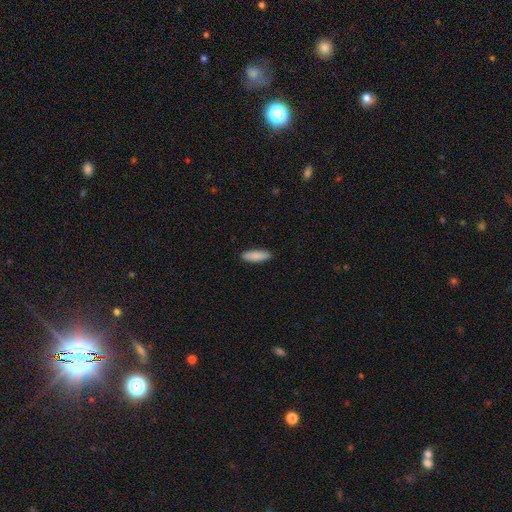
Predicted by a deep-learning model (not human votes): Q: Smooth or featured?
A: smooth (88%); runner-up: featured or disk (7%)
Q: How rounded?
A: cigar-shaped (49%); tied with: in between (49%)
Q: Merging?
A: none (91%); runner-up: minor disturbance (7%)